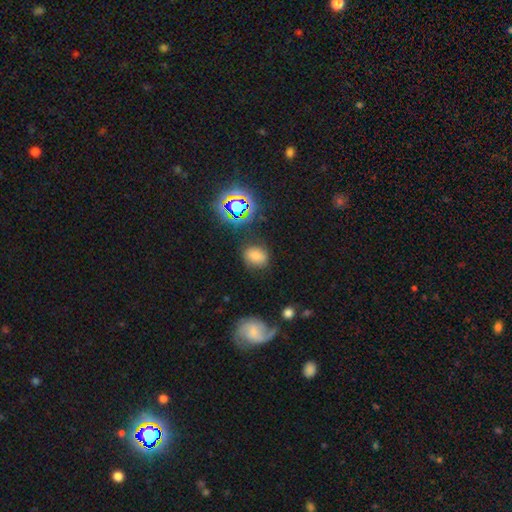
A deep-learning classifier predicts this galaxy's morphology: Smooth or featured?
  - smooth: 73% *
  - star or artifact: 19%
  - featured or disk: 8%
How rounded?
  - in between: 53% *
  - round: 46%
  - cigar-shaped: 1%
Merging?
  - none: 77% *
  - minor disturbance: 15%
  - major disturbance: 5%
  - merger: 2%